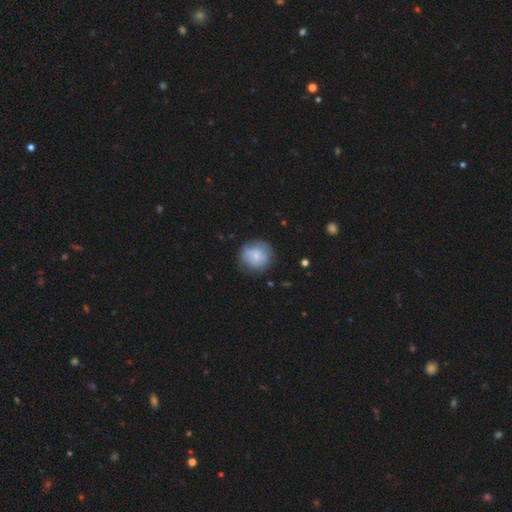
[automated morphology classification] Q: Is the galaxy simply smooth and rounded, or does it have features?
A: smooth — 64%.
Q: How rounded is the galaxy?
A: round — 90%.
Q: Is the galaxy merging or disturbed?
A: none — 73%.